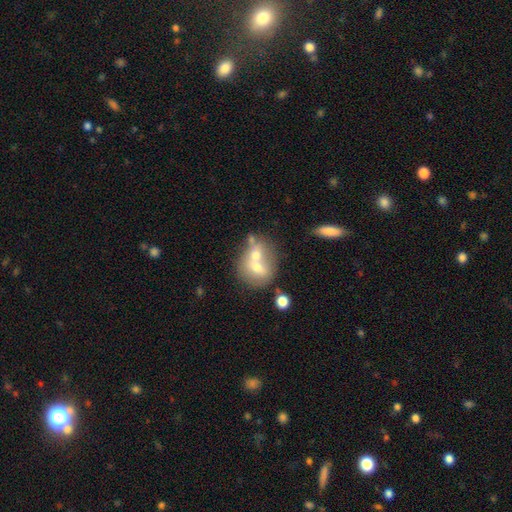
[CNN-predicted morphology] type=smooth (59%); roundness=round (63%); merging=merger (62%).